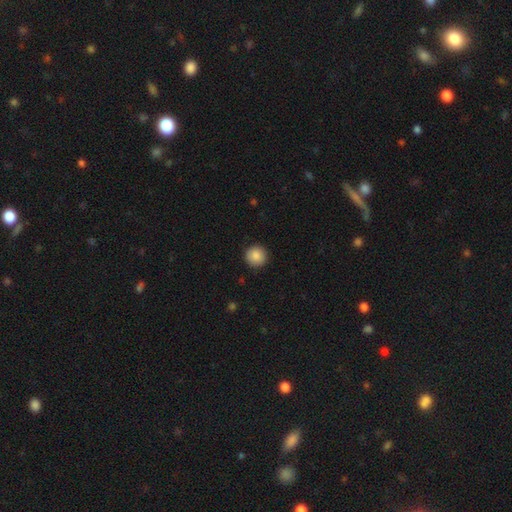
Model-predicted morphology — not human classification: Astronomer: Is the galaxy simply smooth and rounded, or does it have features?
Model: smooth — 89%.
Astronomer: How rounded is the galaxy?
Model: round — 95%.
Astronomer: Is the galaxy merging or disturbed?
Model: none — 92%.